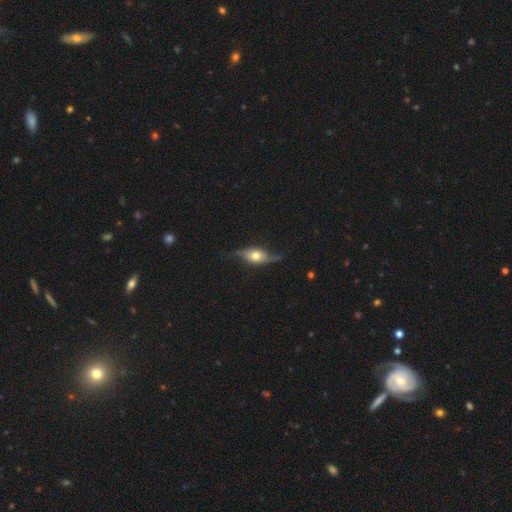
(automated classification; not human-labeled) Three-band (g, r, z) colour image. It shows a featured or disk galaxy (67%) with not edge-on (50%, tied with yes). Merging: none (65%).